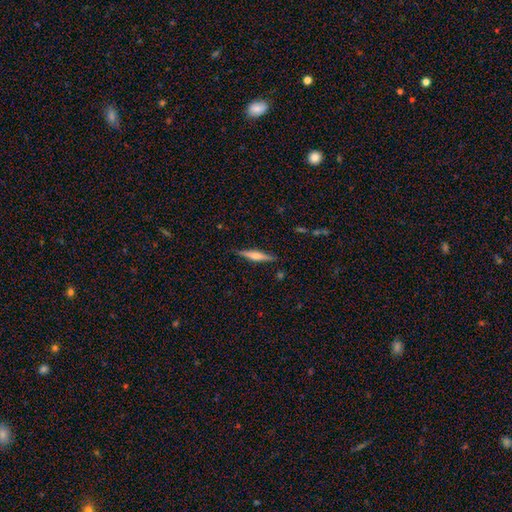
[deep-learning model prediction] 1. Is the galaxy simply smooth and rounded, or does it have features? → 55% featured or disk, 39% smooth, 6% star or artifact.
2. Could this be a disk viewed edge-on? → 97% yes, 3% no.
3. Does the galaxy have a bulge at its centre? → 76% rounded, 14% boxy, 10% none.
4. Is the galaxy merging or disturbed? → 88% none, 9% minor disturbance, 2% major disturbance, 1% merger.